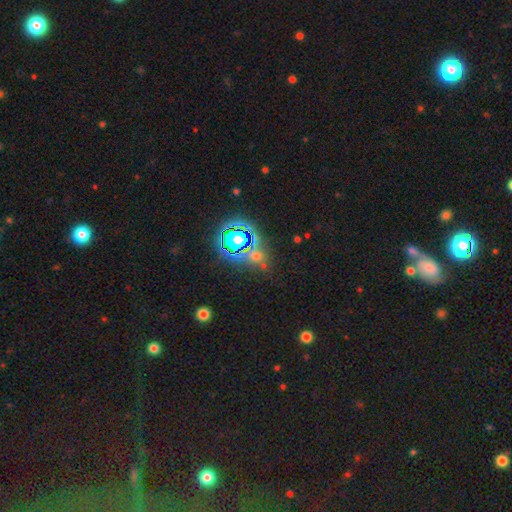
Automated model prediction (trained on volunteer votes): Smooth or featured? Predicted: star or artifact (p=0.54).